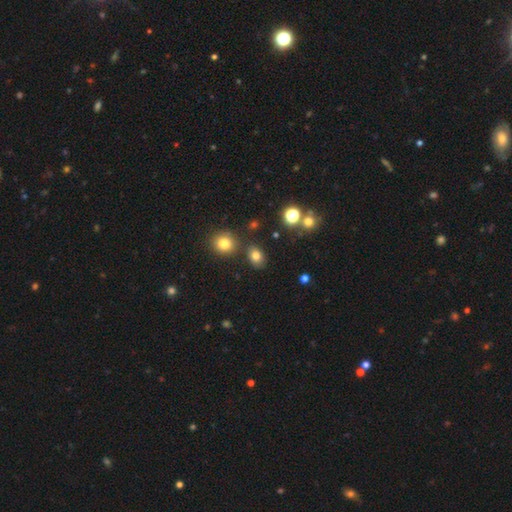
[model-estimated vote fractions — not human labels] smooth-or-featured: smooth: 79% | star or artifact: 14% | featured or disk: 7%
  how-rounded: in between: 65% | round: 34% | cigar-shaped: 1%
  merging: none: 79% | minor disturbance: 11% | merger: 7% | major disturbance: 3%